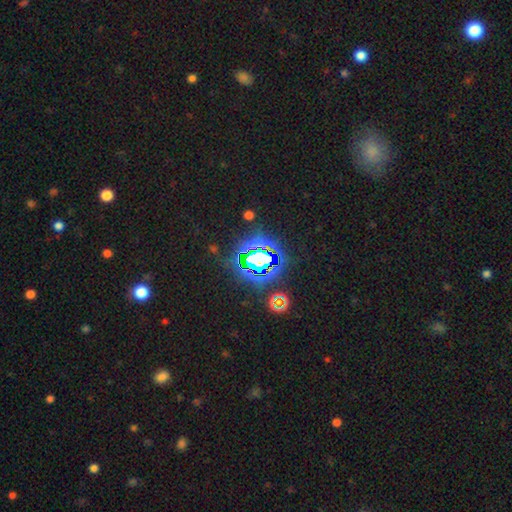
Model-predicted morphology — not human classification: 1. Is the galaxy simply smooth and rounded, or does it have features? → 75% star or artifact, 14% smooth, 10% featured or disk.